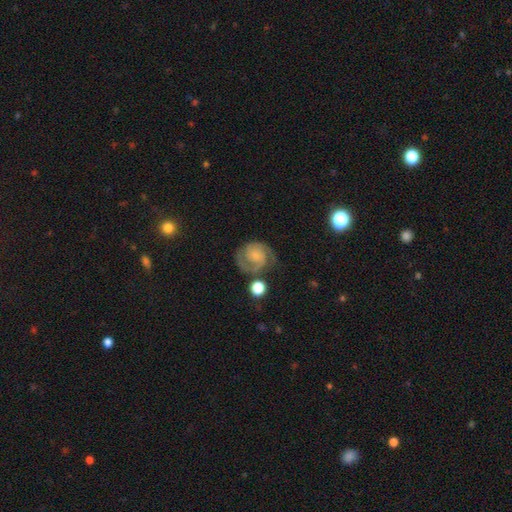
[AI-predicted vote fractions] The model was most divided on "spiral winding": tight: 46%, medium: 43%, loose: 11%. More confident: edge-on disk — no (98%); spiral arms — yes (95%); smooth or featured — featured or disk (78%); spiral arm count — 2 (78%); bar — no (66%); merging — none (61%); bulge size — small (53%).